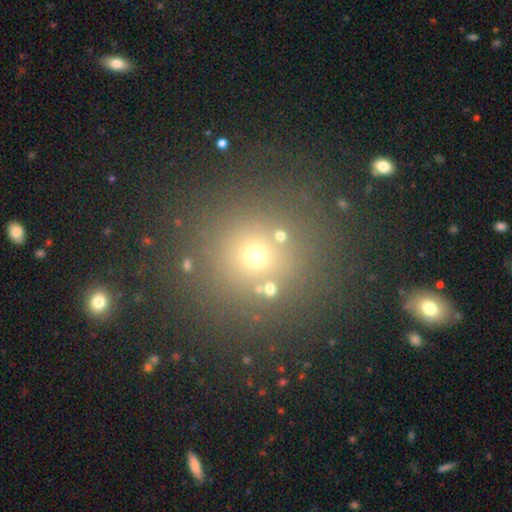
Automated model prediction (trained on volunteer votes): smooth 58%, star or artifact 32%, featured or disk 9%. Down the decision tree: how rounded — round (93%); merging — none (81%).